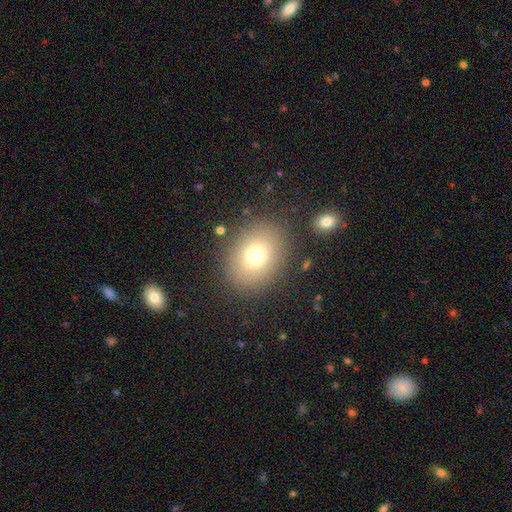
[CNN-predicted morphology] Overall: smooth (75%). How rounded: in between (53%; round 46%). Merging: none (85%).